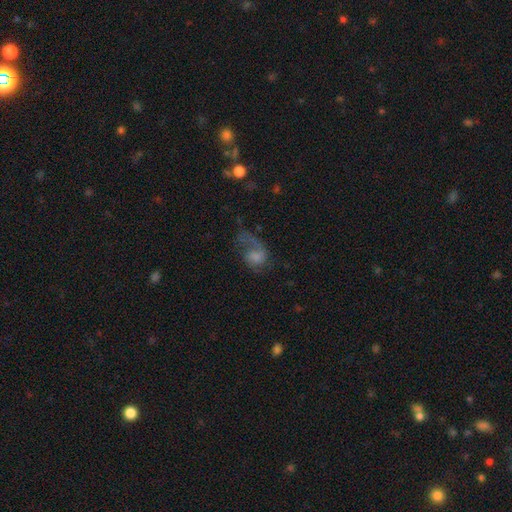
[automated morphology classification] Q: Smooth or featured?
A: featured or disk (58%); runner-up: smooth (32%)
Q: Edge-on disk?
A: no (97%); runner-up: yes (3%)
Q: Bar?
A: no (71%); runner-up: weak (25%)
Q: Spiral arms?
A: yes (84%); runner-up: no (16%)
Q: Bulge size?
A: none (28%); runner-up: small (26%)
Q: Merging?
A: major disturbance (45%); runner-up: none (32%)